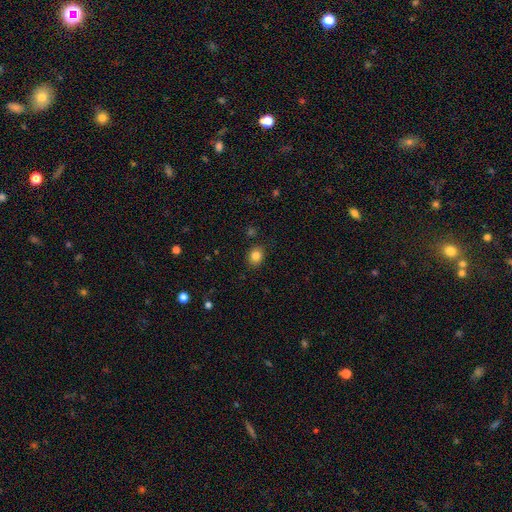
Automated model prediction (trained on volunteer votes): The model was most divided on "how rounded": round: 60%, in between: 39%, cigar-shaped: 1%. More confident: merging — none (85%); smooth or featured — smooth (83%).